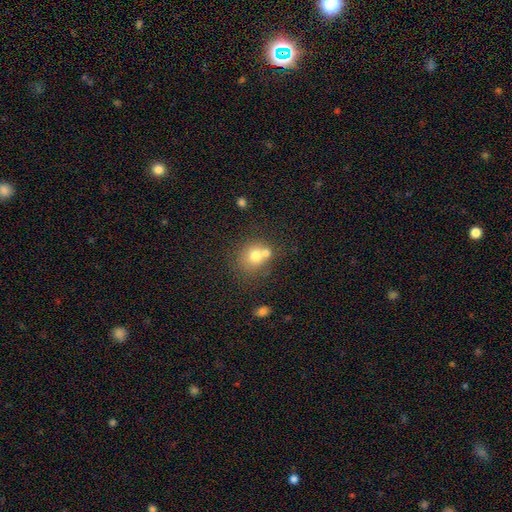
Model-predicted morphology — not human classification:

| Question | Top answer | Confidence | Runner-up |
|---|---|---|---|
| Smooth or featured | smooth | 71% | featured or disk (17%) |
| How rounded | round | 74% | in between (25%) |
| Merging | none | 45% | merger (39%) |